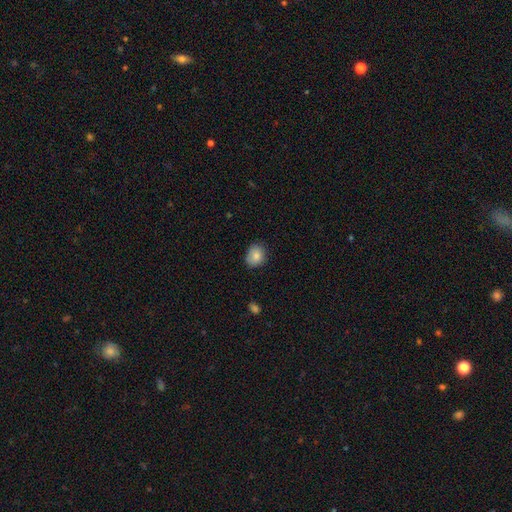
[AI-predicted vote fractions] Q: Smooth or featured?
A: smooth (85%); runner-up: star or artifact (8%)
Q: How rounded?
A: round (57%); runner-up: in between (42%)
Q: Merging?
A: none (77%); runner-up: minor disturbance (19%)